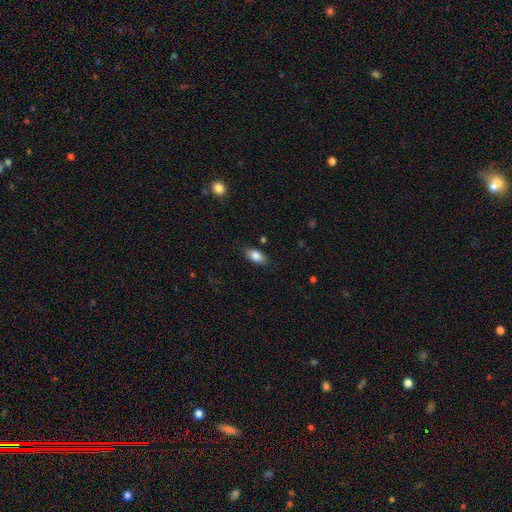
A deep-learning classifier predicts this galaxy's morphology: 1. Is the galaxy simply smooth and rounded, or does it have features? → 84% smooth, 9% featured or disk, 7% star or artifact.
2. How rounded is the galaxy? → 89% in between, 7% cigar-shaped, 4% round.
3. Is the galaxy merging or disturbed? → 84% none, 12% minor disturbance, 3% major disturbance, 1% merger.